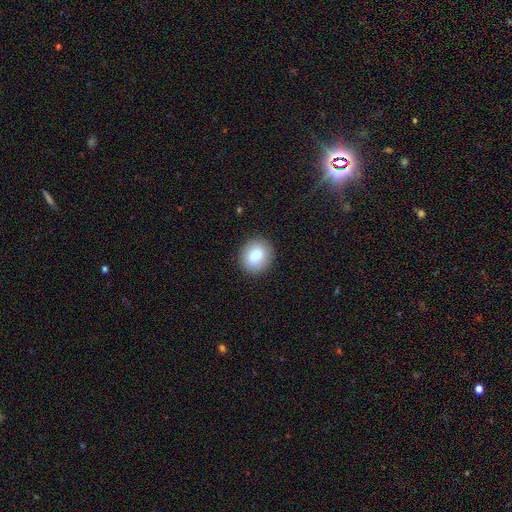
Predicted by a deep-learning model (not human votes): A smooth galaxy with no disk features (85%) that is round (68%).

Vote fractions:
- Smooth or featured? smooth: 85% / star or artifact: 8% / featured or disk: 7%
- How rounded? round: 68% / in between: 31% / cigar-shaped: 1%
- Merging? none: 89% / minor disturbance: 7% / major disturbance: 2% / merger: 1%